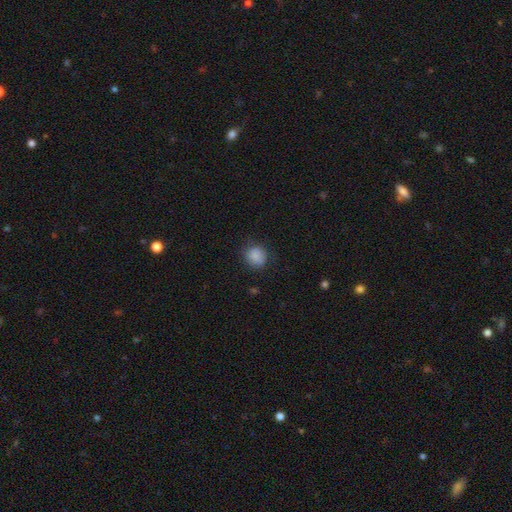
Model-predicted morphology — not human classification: The model was most divided on "how rounded": round: 79%, in between: 20%, cigar-shaped: 1%. More confident: smooth or featured — smooth (86%); merging — none (78%).